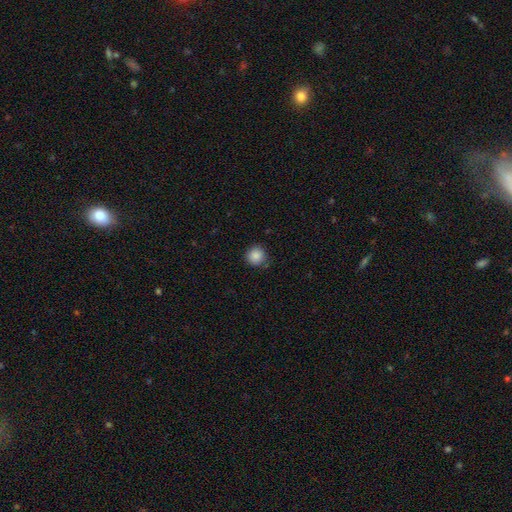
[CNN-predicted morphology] This is clearly a smooth galaxy (87%). How rounded: clearly round (94%). Merging: clearly none (86%).